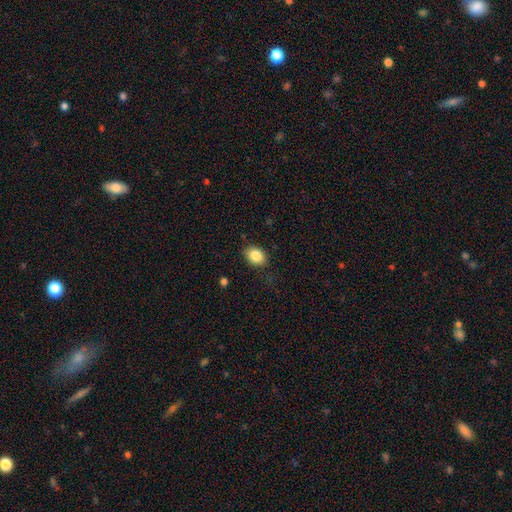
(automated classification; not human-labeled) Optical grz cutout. It shows a smooth galaxy with no disk features (86%) that is in between round and cigar-shaped (66%). Merging: none (83%).